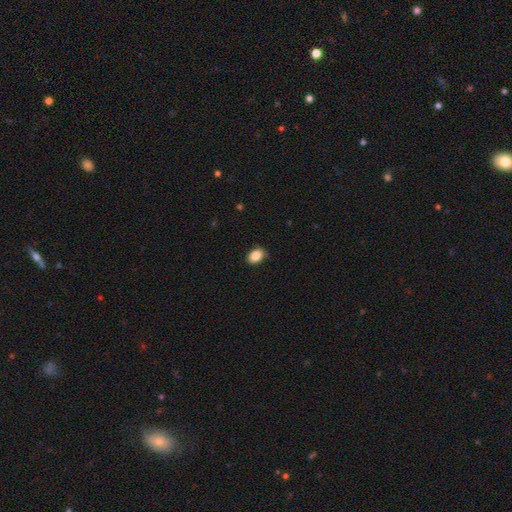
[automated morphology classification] Smooth or featured?
  - smooth: 85% *
  - star or artifact: 9%
  - featured or disk: 6%
How rounded?
  - in between: 73% *
  - round: 26%
  - cigar-shaped: 1%
Merging?
  - none: 75% *
  - minor disturbance: 21%
  - major disturbance: 4%
  - merger: 1%